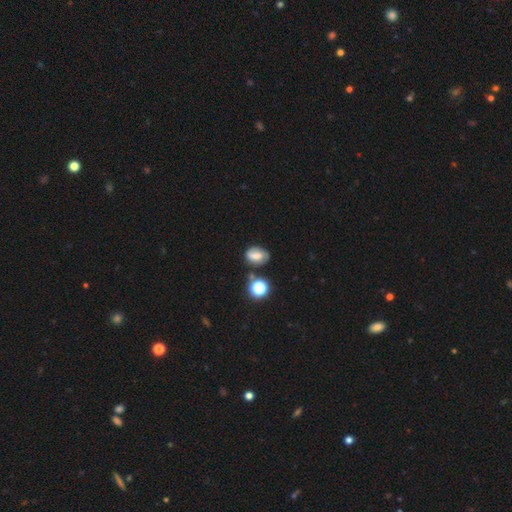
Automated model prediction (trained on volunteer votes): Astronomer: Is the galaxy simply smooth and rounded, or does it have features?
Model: smooth — 57%.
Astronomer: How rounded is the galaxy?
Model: in between — 69%.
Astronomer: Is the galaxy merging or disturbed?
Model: none — 66%.